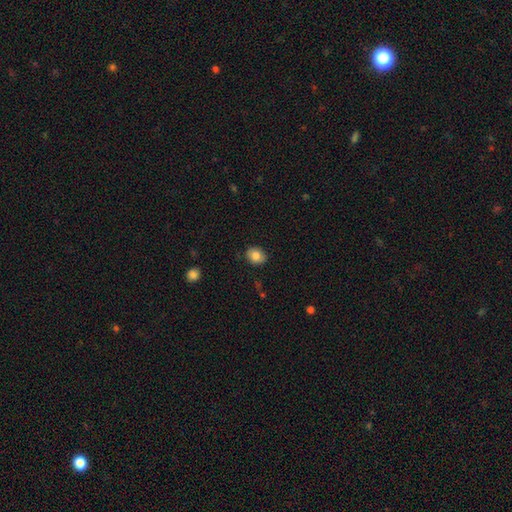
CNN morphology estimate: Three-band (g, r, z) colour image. It shows a smooth galaxy with no disk features (83%) that is in between round and cigar-shaped (53%). Merging: none (86%).